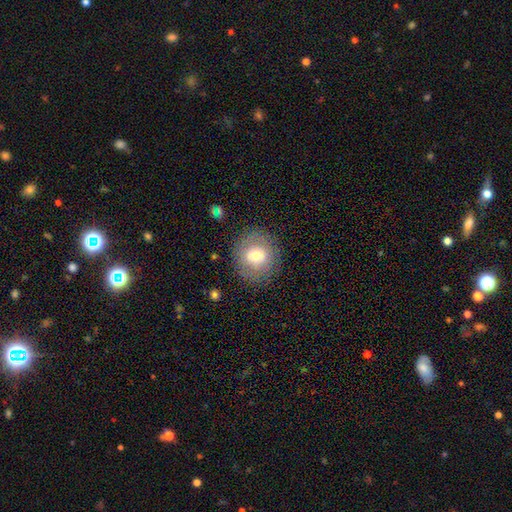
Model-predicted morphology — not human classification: Overall: smooth (65%; featured or disk 26%). How rounded: round (86%). Merging: none (84%).